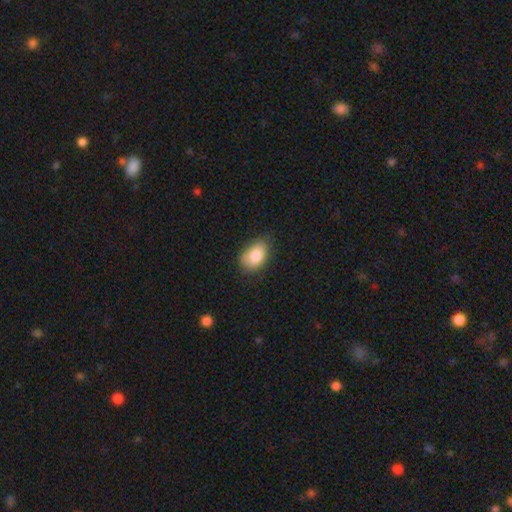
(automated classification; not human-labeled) Smooth or featured? smooth (84%)
How rounded? in between (89%)
Merging? none (74%)